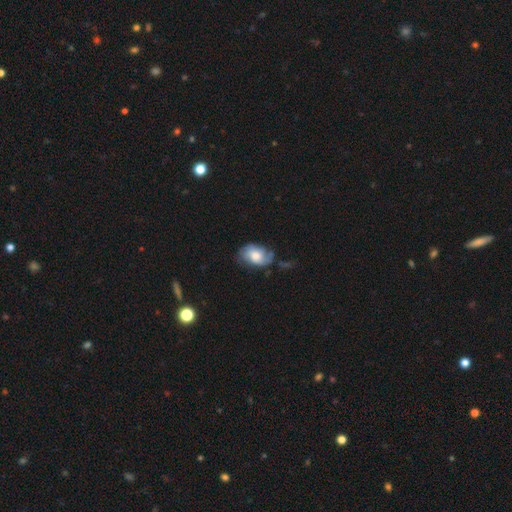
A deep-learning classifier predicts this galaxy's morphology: This appears to be a smooth galaxy with no disk features (47%). Merging: none (55%).